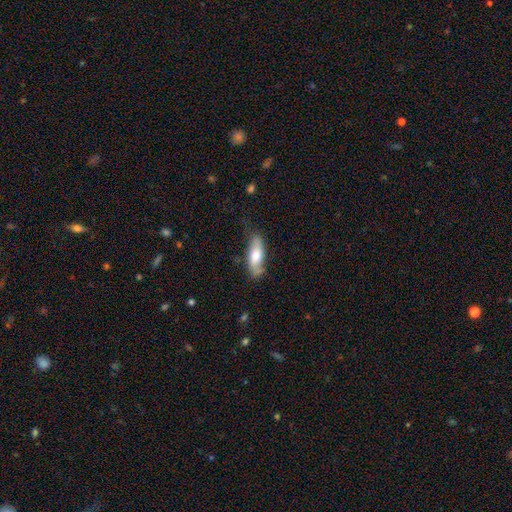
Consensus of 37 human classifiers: This is likely a smooth galaxy (76%). How rounded: possibly in between (54%). Merging: likely none (60%).